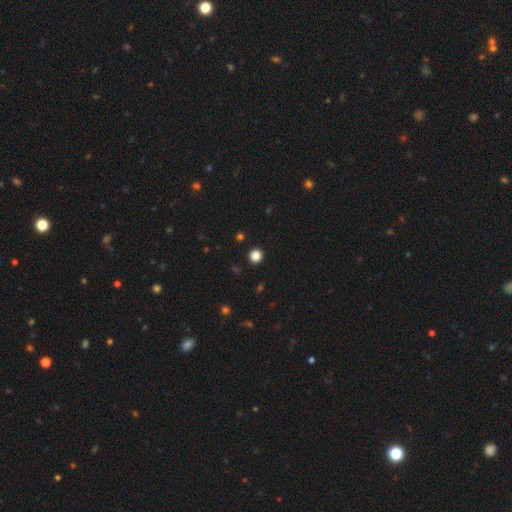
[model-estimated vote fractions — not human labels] smooth-or-featured: smooth: 85% | star or artifact: 12% | featured or disk: 3%
  how-rounded: round: 95% | in between: 4% | cigar-shaped: 1%
  merging: none: 93% | minor disturbance: 4% | major disturbance: 2% | merger: 1%